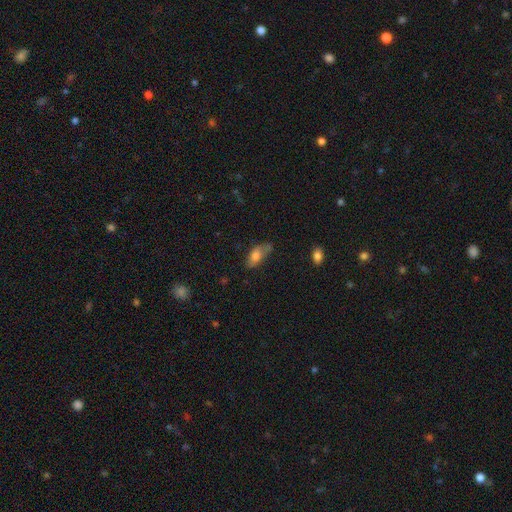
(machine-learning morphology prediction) Overall: smooth (73%). How rounded: in between (82%). Merging: none (52%; minor disturbance 33%).